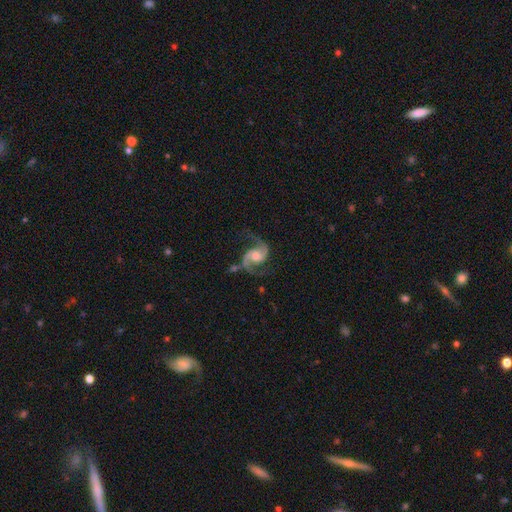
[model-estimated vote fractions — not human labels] smooth-or-featured: featured or disk: 92% | star or artifact: 4% | smooth: 4%
  disk-edge-on: no: 98% | yes: 2%
    bar: no: 58% | weak: 33% | strong: 9%
    has-spiral-arms: yes: 98% | no: 2%
      spiral-winding: medium: 52% | loose: 38% | tight: 10%
      spiral-arm-count: 2: 94% | 1: 1% | can't tell: 1% | 3: 1% | 4: 1% | more than 4: 1%
    bulge-size: moderate: 53% | small: 25% | large: 13% | none: 7% | dominant: 2%
  merging: none: 71% | minor disturbance: 16% | major disturbance: 9% | merger: 4%